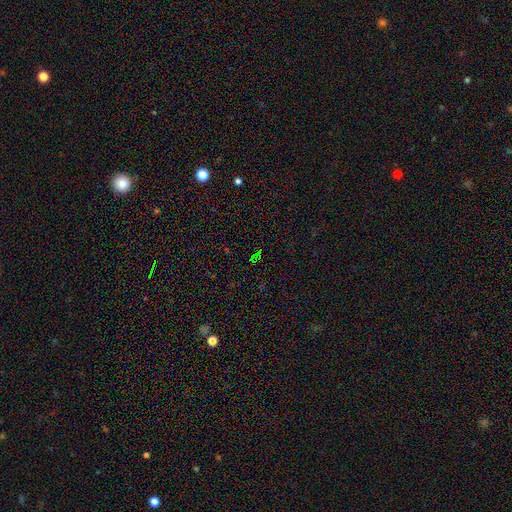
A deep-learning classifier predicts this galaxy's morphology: Q: Smooth or featured?
A: star or artifact (74%); runner-up: smooth (16%)